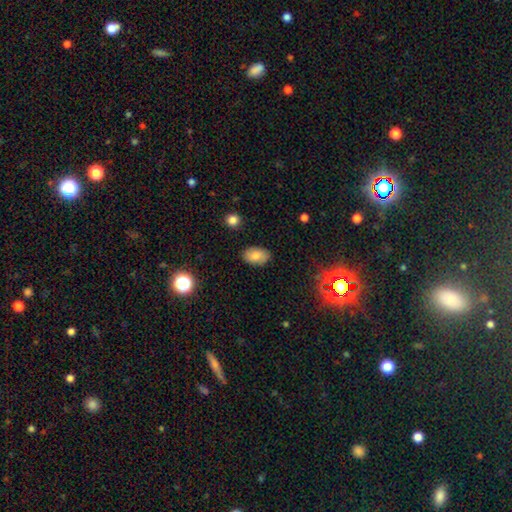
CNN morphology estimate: smooth 80%, featured or disk 10%, star or artifact 9%. Down the decision tree: how rounded — in between (91%); merging — none (85%).